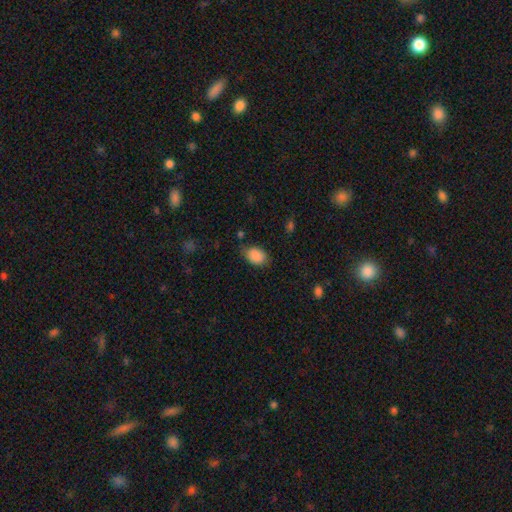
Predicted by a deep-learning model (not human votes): This is clearly a smooth galaxy (88%). How rounded: clearly in between (81%). Merging: likely none (73%).